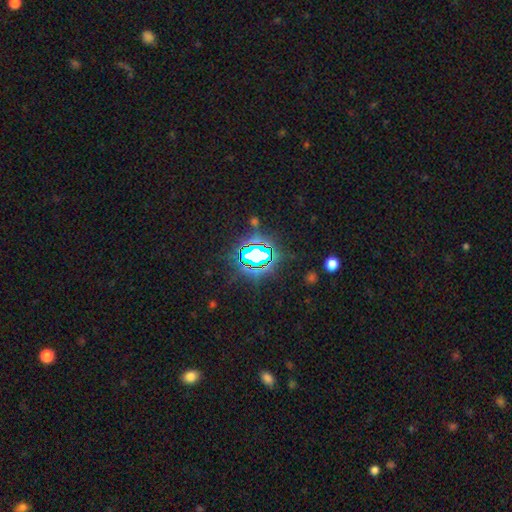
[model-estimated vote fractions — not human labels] This appears to be a star or artifact, not a galaxy (75%).